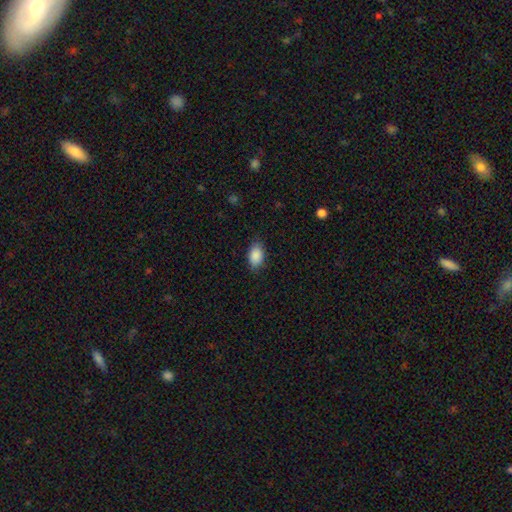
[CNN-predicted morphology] This appears to be a smooth galaxy with no disk features (89%) that is in between round and cigar-shaped (91%). Merging: none (84%).